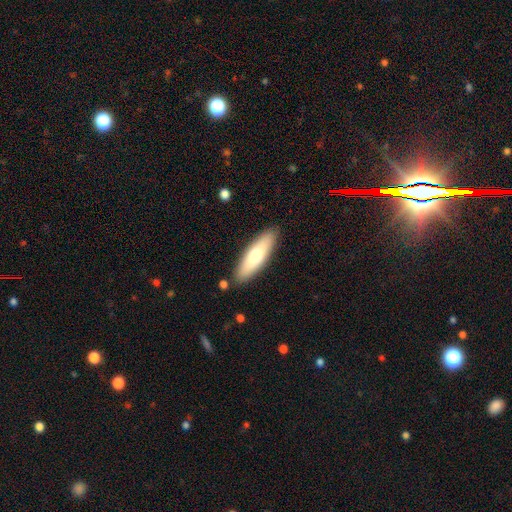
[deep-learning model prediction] Smooth or featured: smooth — 69% (featured or disk — 25%)
How rounded: cigar-shaped — 56% (in between — 43%)
Merging: none — 87% (minor disturbance — 9%)